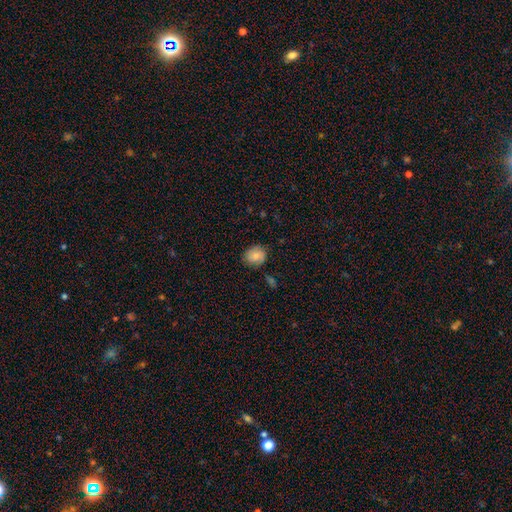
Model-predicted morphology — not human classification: Overall: smooth (79%). How rounded: round (57%; in between 42%). Merging: none (77%).